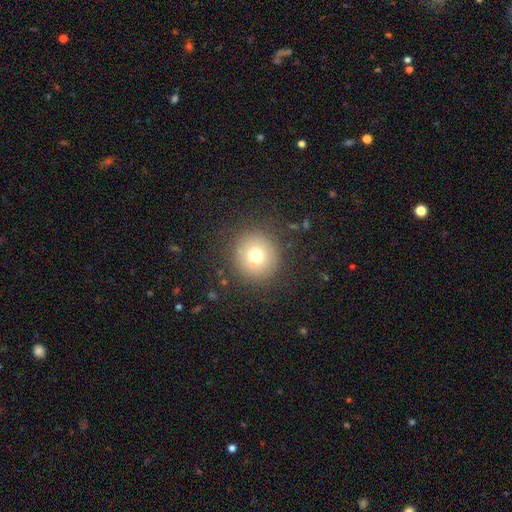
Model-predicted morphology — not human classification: A smooth galaxy with no disk features (69%) that is round (94%).

Vote fractions:
- Smooth or featured? smooth: 69% / featured or disk: 16% / star or artifact: 15%
- How rounded? round: 94% / in between: 5% / cigar-shaped: 1%
- Merging? none: 80% / minor disturbance: 9% / merger: 7% / major disturbance: 4%